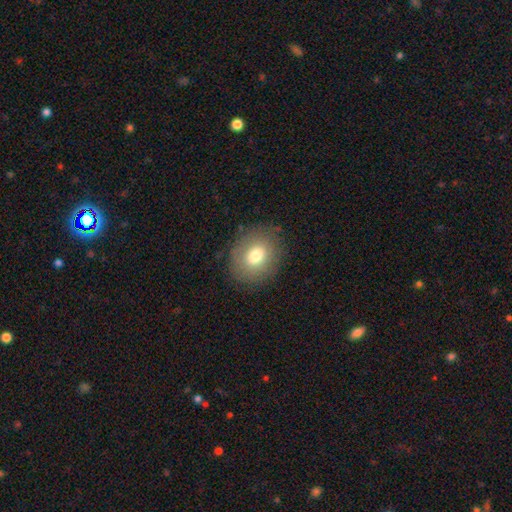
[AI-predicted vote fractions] Q: Smooth or featured?
A: smooth (75%); runner-up: featured or disk (15%)
Q: How rounded?
A: round (57%); runner-up: in between (42%)
Q: Merging?
A: none (83%); runner-up: minor disturbance (11%)